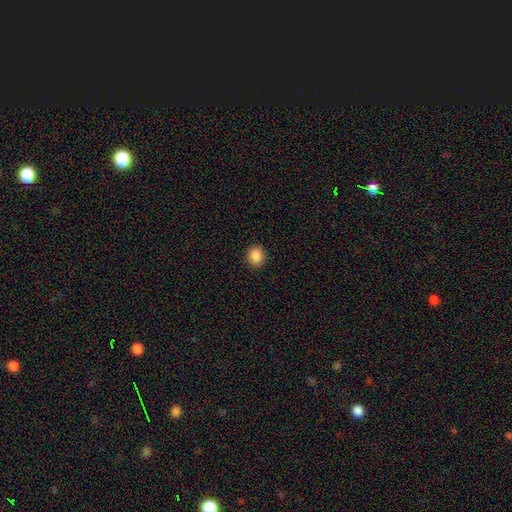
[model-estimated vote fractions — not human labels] smooth_or_featured: smooth (p=0.87) [alt: star or artifact p=0.09]
how_rounded: round (p=0.75) [alt: in between p=0.24]
merging: none (p=0.91) [alt: minor disturbance p=0.06]